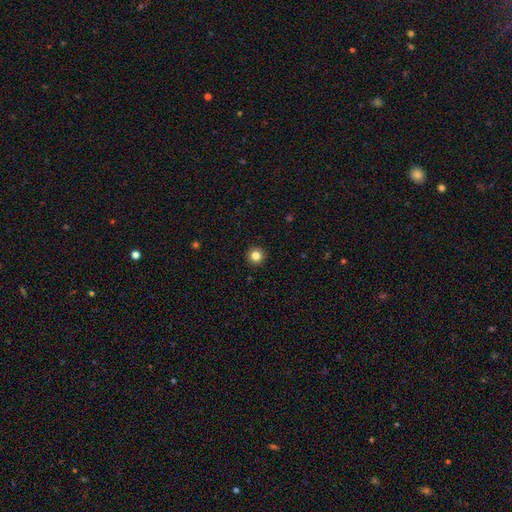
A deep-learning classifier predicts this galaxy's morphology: Overall: smooth (84%). How rounded: round (96%). Merging: none (94%).